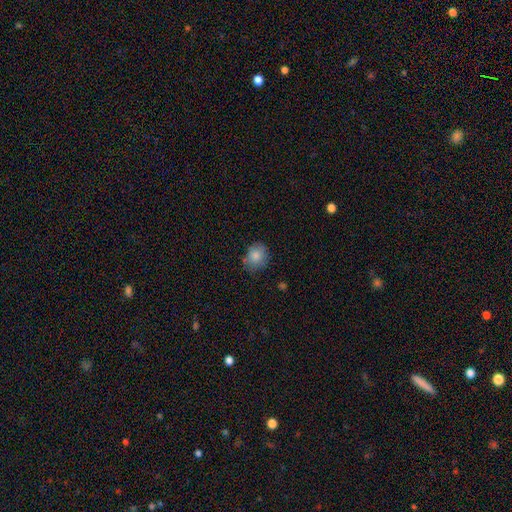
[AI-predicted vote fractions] This is clearly a smooth galaxy (83%). How rounded: likely round (61%). Merging: likely none (72%).